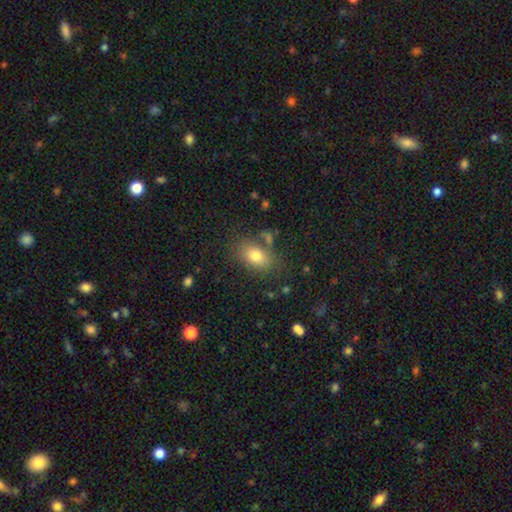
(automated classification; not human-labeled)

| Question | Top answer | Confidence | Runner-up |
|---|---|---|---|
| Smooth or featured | smooth | 78% | featured or disk (12%) |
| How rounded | in between | 83% | round (15%) |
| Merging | none | 73% | minor disturbance (15%) |